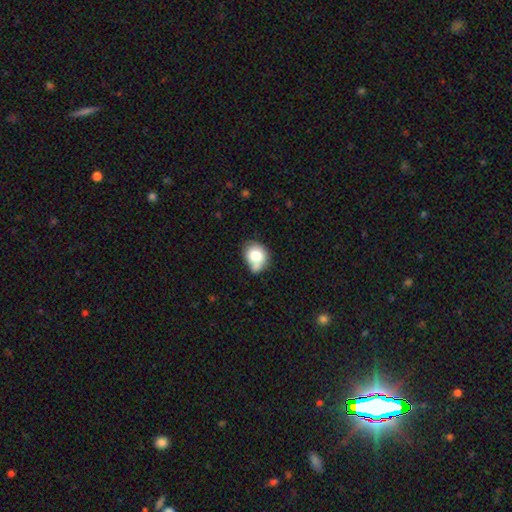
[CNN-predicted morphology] Smooth or featured?
  - smooth: 76% *
  - featured or disk: 15%
  - star or artifact: 9%
How rounded?
  - round: 57% *
  - in between: 42%
  - cigar-shaped: 1%
Merging?
  - none: 41% *
  - minor disturbance: 26%
  - merger: 24%
  - major disturbance: 8%